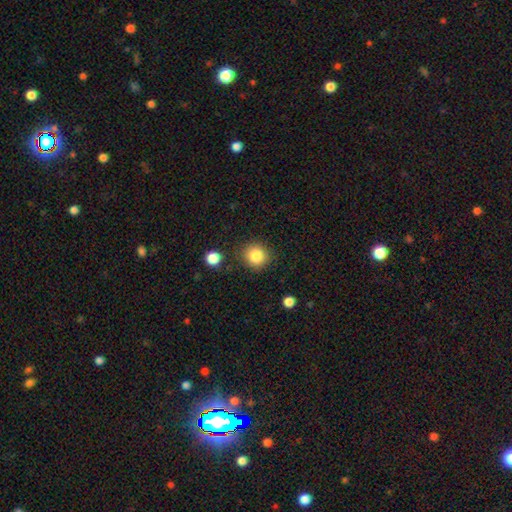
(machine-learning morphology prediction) Smooth or featured: smooth — 86% (star or artifact — 10%)
How rounded: round — 89% (in between — 10%)
Merging: none — 86% (minor disturbance — 9%)